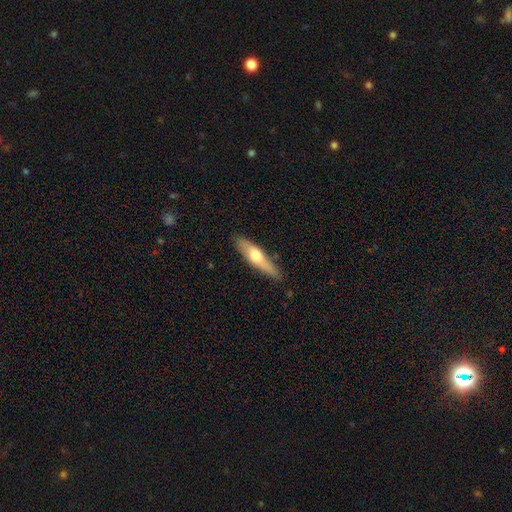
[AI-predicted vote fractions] A smooth galaxy with no disk features (52%) that is cigar-shaped (72%).

Vote fractions:
- Smooth or featured? smooth: 52% / featured or disk: 43% / star or artifact: 5%
- How rounded? cigar-shaped: 72% / in between: 26% / round: 2%
- Merging? none: 83% / minor disturbance: 13% / major disturbance: 3% / merger: 2%